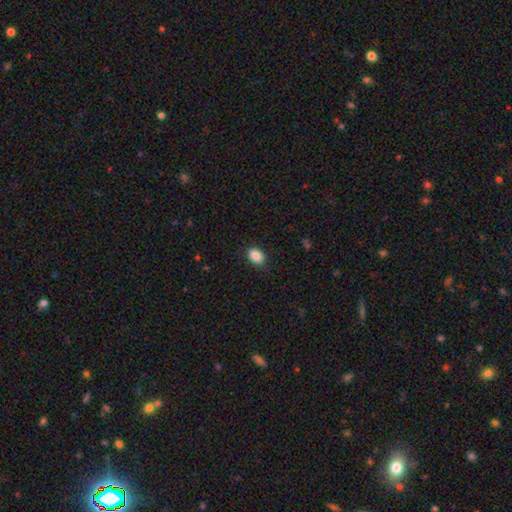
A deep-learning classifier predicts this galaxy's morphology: Smooth or featured? smooth (88%)
How rounded? in between (77%)
Merging? none (86%)